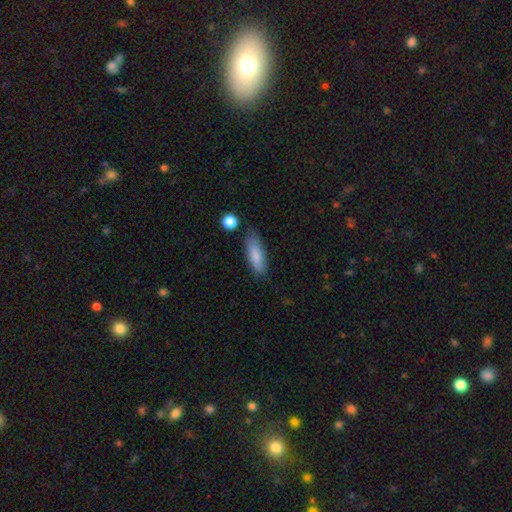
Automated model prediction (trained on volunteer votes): A smooth galaxy with no disk features (82%) that is in between round and cigar-shaped (61%).

Vote fractions:
- Smooth or featured? smooth: 82% / featured or disk: 11% / star or artifact: 6%
- How rounded? in between: 61% / cigar-shaped: 37% / round: 2%
- Merging? none: 71% / minor disturbance: 20% / major disturbance: 4% / merger: 4%